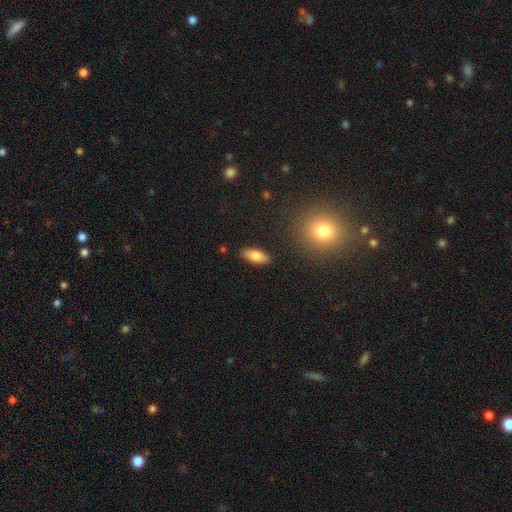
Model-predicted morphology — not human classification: The model was most divided on "how rounded": in between: 80%, cigar-shaped: 18%, round: 3%. More confident: merging — none (88%); smooth or featured — smooth (79%).